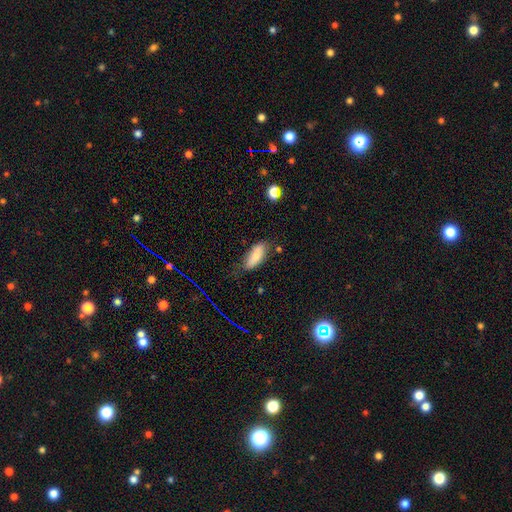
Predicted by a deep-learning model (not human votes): This is likely a smooth galaxy (80%). How rounded: likely in between (79%). Merging: likely none (64%).